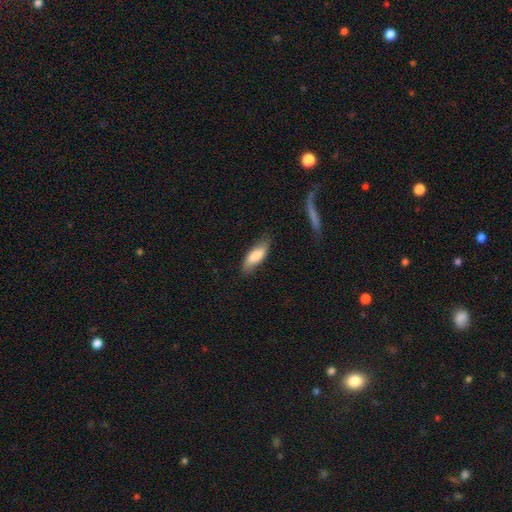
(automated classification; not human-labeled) This is likely a smooth galaxy (80%). How rounded: likely in between (70%). Merging: likely none (71%).